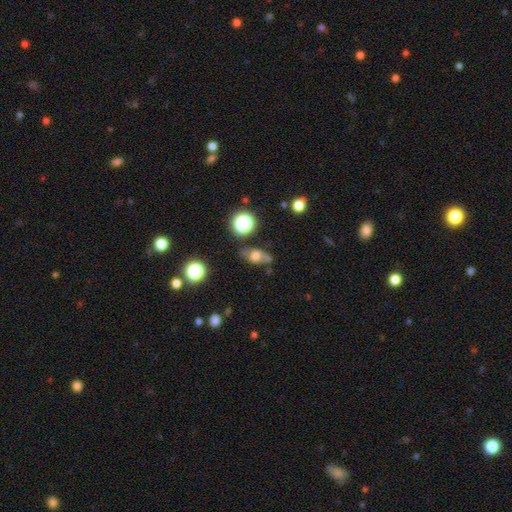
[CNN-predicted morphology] smooth 53%, featured or disk 32%, star or artifact 14%. Down the decision tree: how rounded — in between (72%); merging — none (65%).